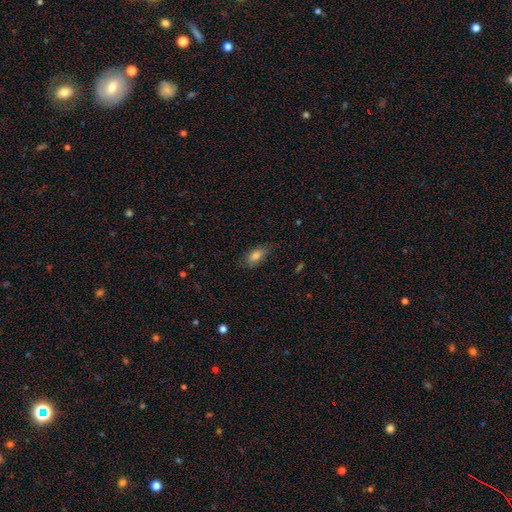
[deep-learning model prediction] A smooth galaxy with no disk features (78%) that is in between round and cigar-shaped (86%).

Vote fractions:
- Smooth or featured? smooth: 78% / featured or disk: 13% / star or artifact: 8%
- How rounded? in between: 86% / cigar-shaped: 9% / round: 5%
- Merging? none: 73% / minor disturbance: 21% / major disturbance: 4% / merger: 1%